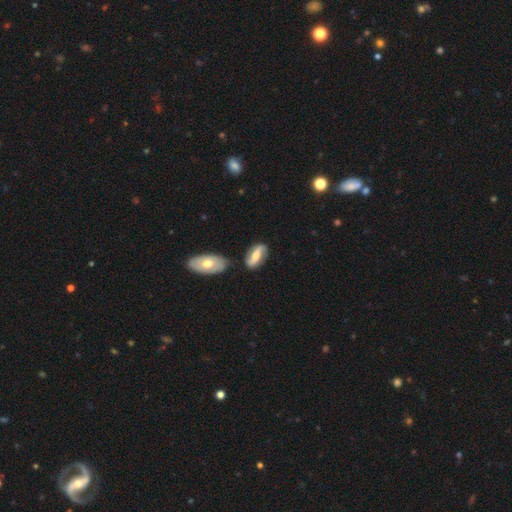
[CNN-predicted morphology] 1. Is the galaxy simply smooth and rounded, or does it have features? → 60% featured or disk, 34% smooth, 6% star or artifact.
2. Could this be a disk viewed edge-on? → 87% no, 13% yes.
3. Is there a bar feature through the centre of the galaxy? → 37% strong, 34% weak, 28% no.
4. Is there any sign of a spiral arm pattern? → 80% yes, 20% no.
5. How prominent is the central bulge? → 65% moderate, 24% small, 7% large, 3% none, 2% dominant.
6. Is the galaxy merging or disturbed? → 75% none, 14% minor disturbance, 7% merger, 4% major disturbance.